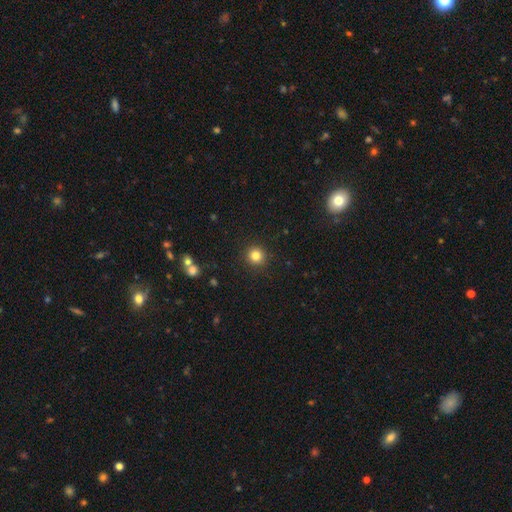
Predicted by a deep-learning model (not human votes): Overall: smooth (82%). How rounded: round (94%). Merging: none (91%).